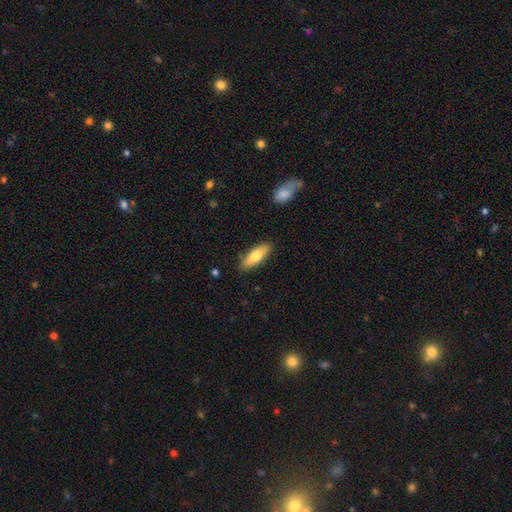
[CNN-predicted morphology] This is likely a smooth galaxy (74%). How rounded: likely in between (63%). Merging: clearly none (86%).